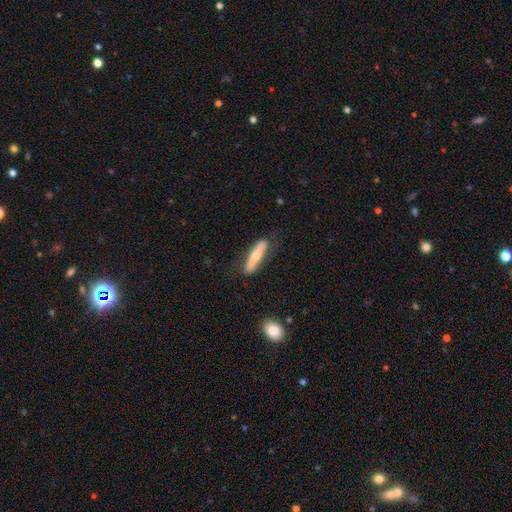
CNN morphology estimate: Smooth or featured: featured or disk — 50% (smooth — 44%)
Edge-on disk: yes — 81% (no — 19%)
Merging: none — 77% (minor disturbance — 16%)